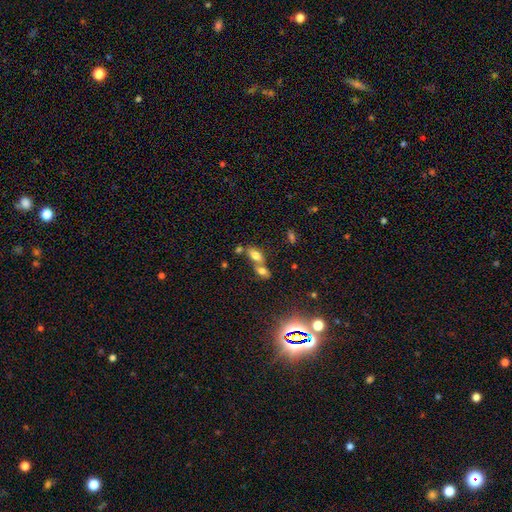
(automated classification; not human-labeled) This appears to be a smooth galaxy with no disk features (71%) that is in between round and cigar-shaped (84%). Merging: merger (60%).